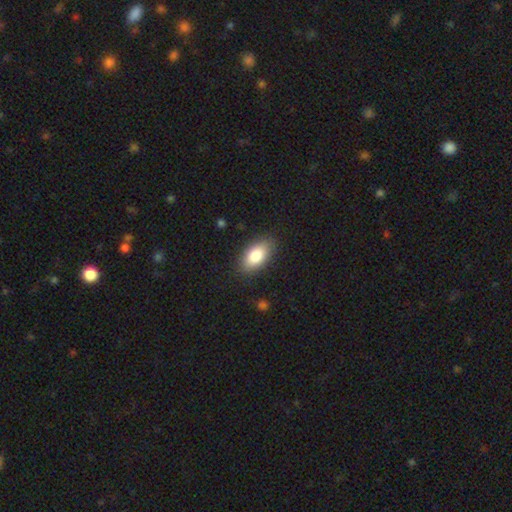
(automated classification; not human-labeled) Smooth or featured? Predicted: smooth (p=0.83). How rounded? Predicted: in between (p=0.92). Merging? Predicted: none (p=0.86).